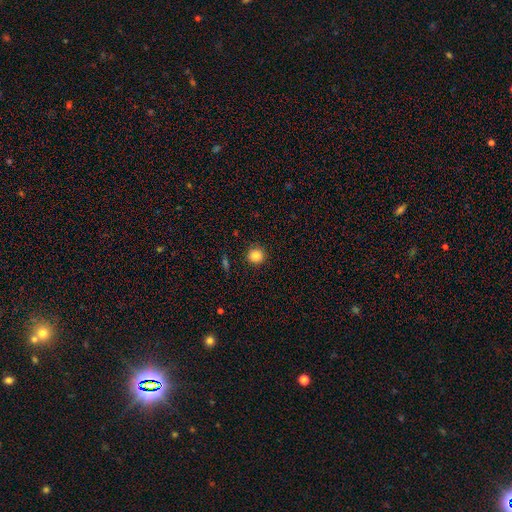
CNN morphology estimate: A smooth galaxy with no disk features (85%) that is round (94%). Merging: none (91%).